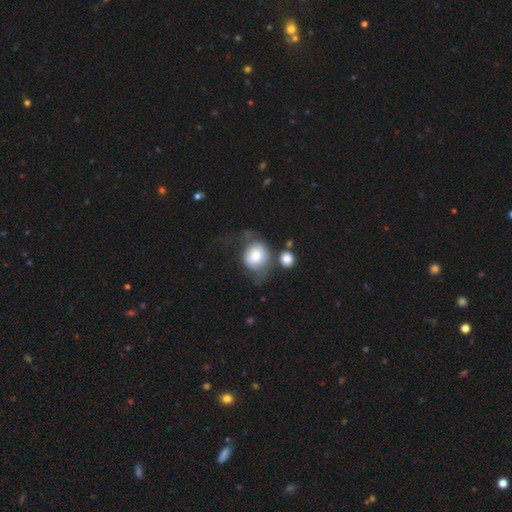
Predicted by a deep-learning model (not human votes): Morphology: type=smooth (67%); roundness=round (71%); merging=none (35%).